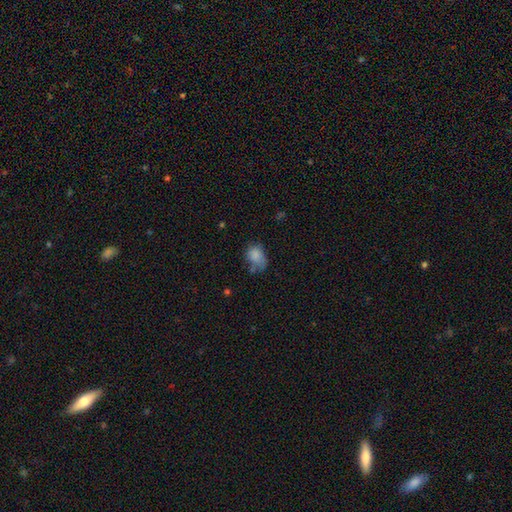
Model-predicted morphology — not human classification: This is likely a smooth galaxy (80%). How rounded: likely in between (68%). Merging: marginally none (40%).